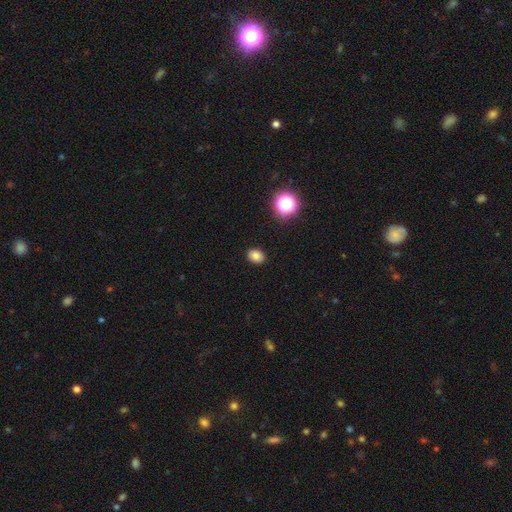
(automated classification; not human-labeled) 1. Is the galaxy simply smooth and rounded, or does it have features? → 80% smooth, 14% star or artifact, 7% featured or disk.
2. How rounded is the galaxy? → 58% in between, 41% round, 1% cigar-shaped.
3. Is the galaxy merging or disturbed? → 90% none, 7% minor disturbance, 2% major disturbance, 1% merger.